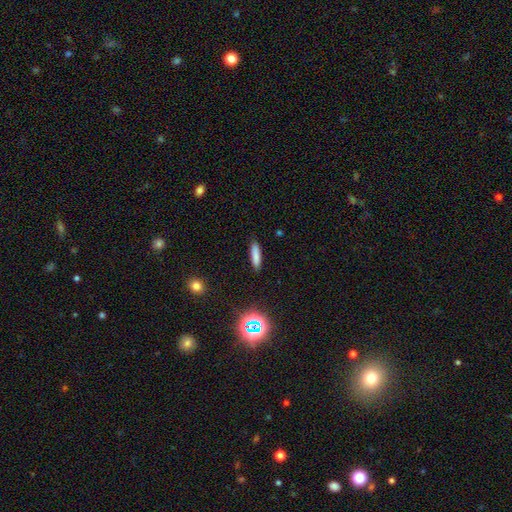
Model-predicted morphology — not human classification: Overall: smooth (80%). How rounded: cigar-shaped (78%). Merging: none (89%).